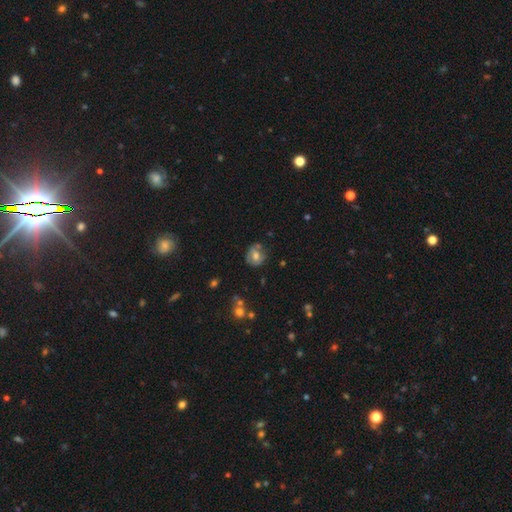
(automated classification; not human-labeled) Smooth or featured? Predicted: smooth (p=0.56). How rounded? Predicted: round (p=0.72). Merging? Predicted: none (p=0.63).